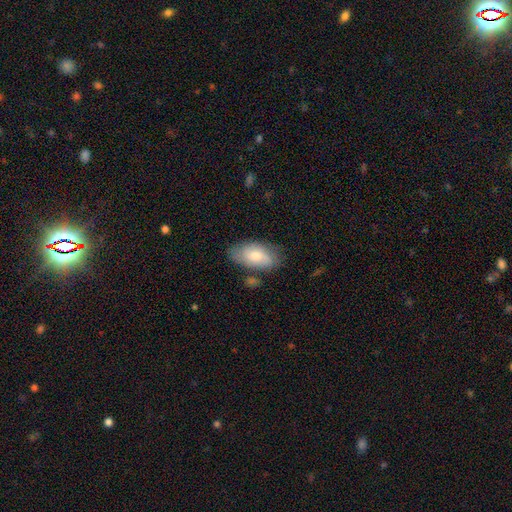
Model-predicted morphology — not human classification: smooth-or-featured: smooth: 69% | featured or disk: 25% | star or artifact: 6%
  how-rounded: in between: 93% | round: 4% | cigar-shaped: 3%
  merging: none: 67% | minor disturbance: 22% | major disturbance: 6% | merger: 5%